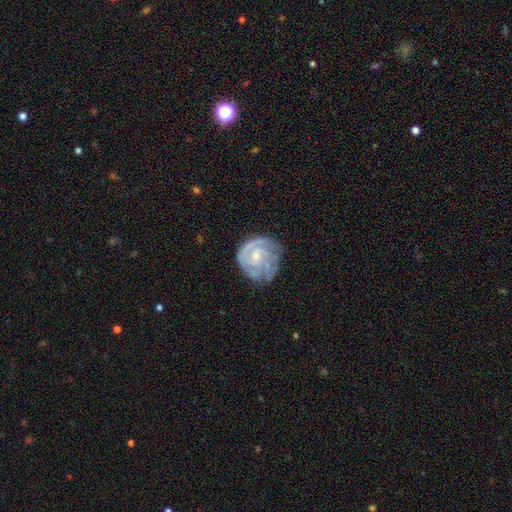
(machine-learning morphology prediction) This appears to be a featured or disk galaxy (82%) with no bar (71%), tight (70%) spiral arms (94%) and a small central bulge (72%). Merging: none (64%).